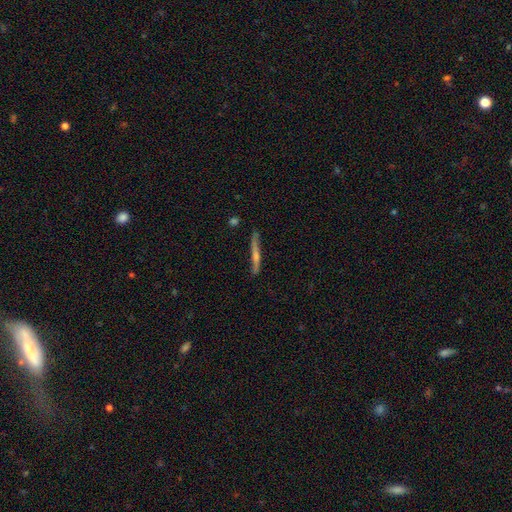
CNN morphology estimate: type=featured or disk (58%); edge-on=yes (93%); edge-on bulge=rounded (48%); merging=none (78%).